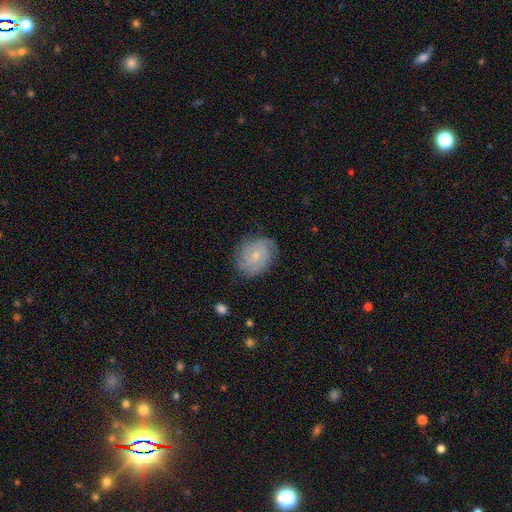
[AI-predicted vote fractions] Overall: featured or disk (73%). Edge-on disk: no (97%). Bar: no (61%; weak 35%). Spiral arms: yes (94%). Spiral arm count: 3 (28%; can't tell 27%). Spiral winding: tight (61%; medium 32%). Bulge size: small (61%; moderate 34%). Merging: none (78%).